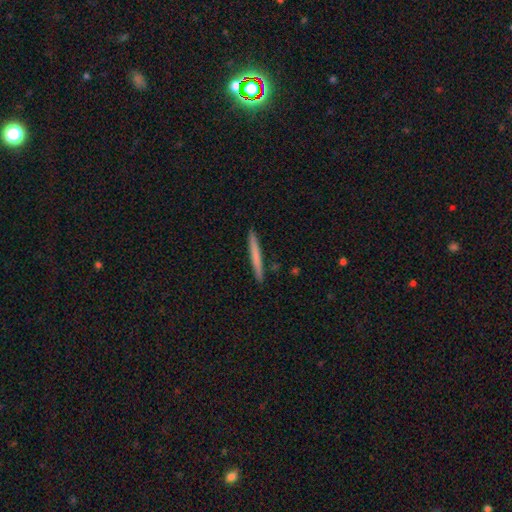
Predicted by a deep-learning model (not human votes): This is likely a smooth galaxy (67%). How rounded: clearly cigar-shaped (97%). Merging: clearly none (91%).